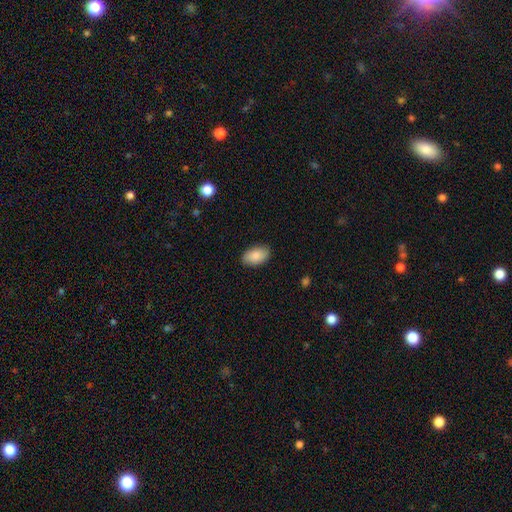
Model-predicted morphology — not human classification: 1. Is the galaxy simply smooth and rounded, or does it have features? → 87% smooth, 7% featured or disk, 6% star or artifact.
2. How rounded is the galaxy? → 93% in between, 5% round, 2% cigar-shaped.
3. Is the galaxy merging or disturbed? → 85% none, 11% minor disturbance, 2% major disturbance, 1% merger.